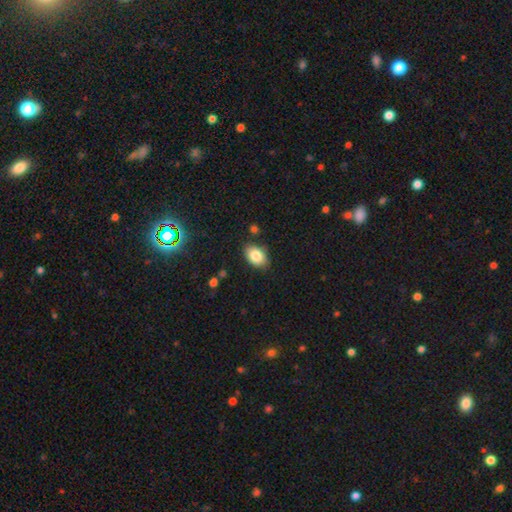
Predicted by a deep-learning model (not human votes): A smooth galaxy with no disk features (84%) that is in between round and cigar-shaped (86%). Merging: none (83%).